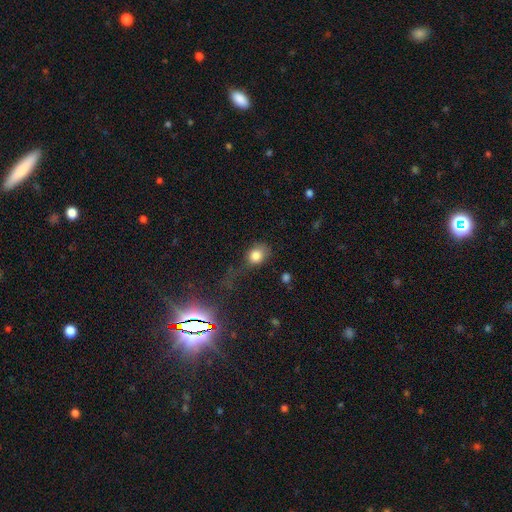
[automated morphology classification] smooth-or-featured: smooth: 81% | star or artifact: 12% | featured or disk: 8%
  how-rounded: round: 55% | in between: 44% | cigar-shaped: 1%
  merging: none: 48% | minor disturbance: 28% | major disturbance: 19% | merger: 4%